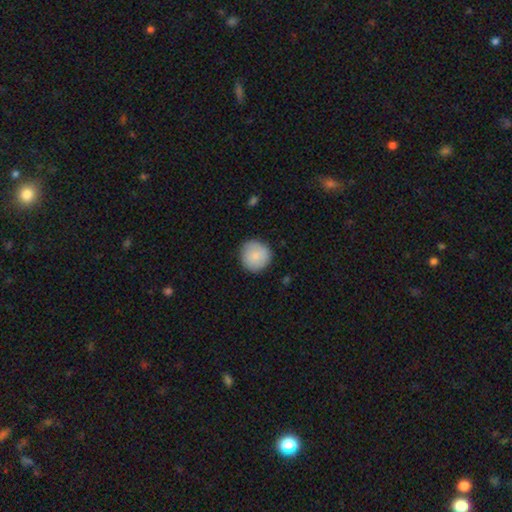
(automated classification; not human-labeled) Morphology: type=smooth (84%); roundness=round (94%); merging=none (85%).